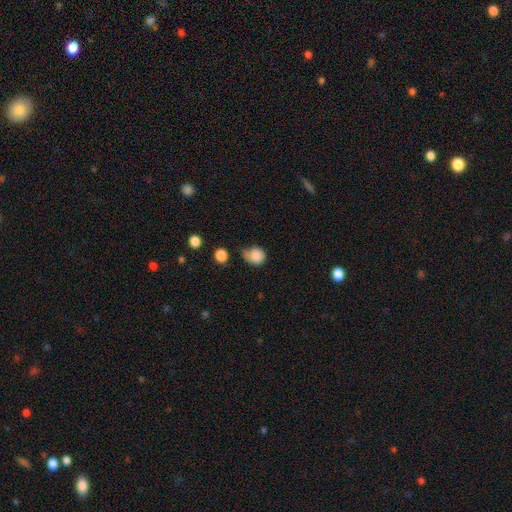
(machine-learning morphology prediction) Smooth or featured?
  - smooth: 85% *
  - star or artifact: 9%
  - featured or disk: 6%
How rounded?
  - round: 77% *
  - in between: 22%
  - cigar-shaped: 1%
Merging?
  - none: 42% *
  - minor disturbance: 38%
  - major disturbance: 14%
  - merger: 6%